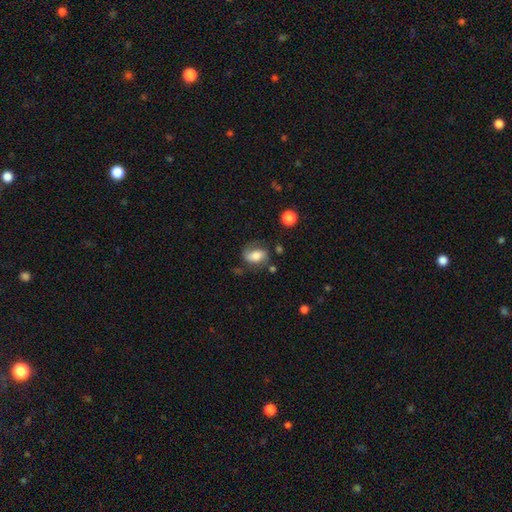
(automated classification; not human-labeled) Smooth or featured? Predicted: smooth (p=0.49). Merging? Predicted: none (p=0.55).